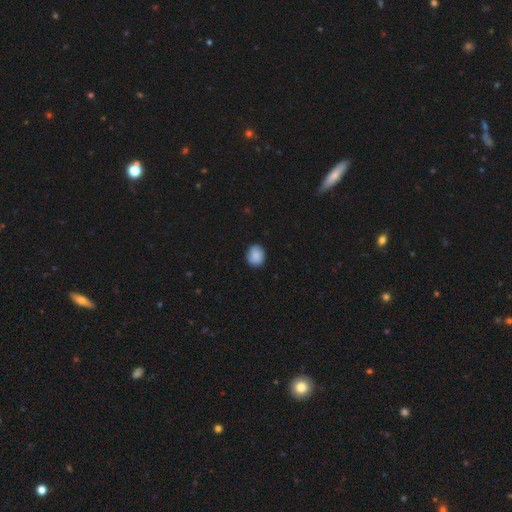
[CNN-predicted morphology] smooth 88%, star or artifact 7%, featured or disk 5%. Down the decision tree: how rounded — round (72%); merging — none (85%).